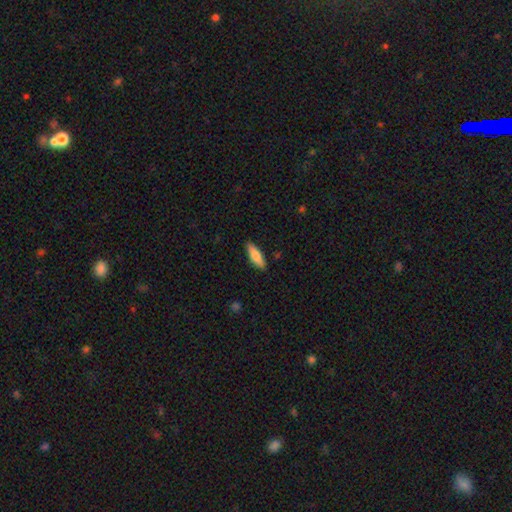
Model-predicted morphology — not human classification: Smooth or featured?
  - smooth: 82% *
  - featured or disk: 13%
  - star or artifact: 6%
How rounded?
  - cigar-shaped: 49% * (tied)
  - in between: 49% * (tied)
  - round: 2%
Merging?
  - none: 88% *
  - minor disturbance: 9%
  - major disturbance: 2%
  - merger: 1%